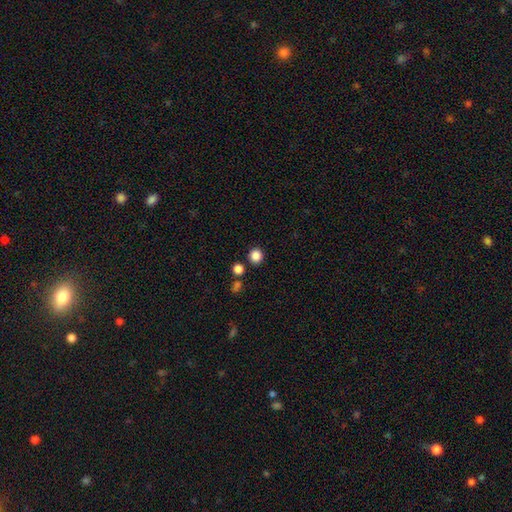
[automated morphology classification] smooth-or-featured: smooth: 86% | star or artifact: 11% | featured or disk: 3%
  how-rounded: round: 92% | in between: 7% | cigar-shaped: 1%
  merging: none: 87% | minor disturbance: 6% | merger: 5% | major disturbance: 2%